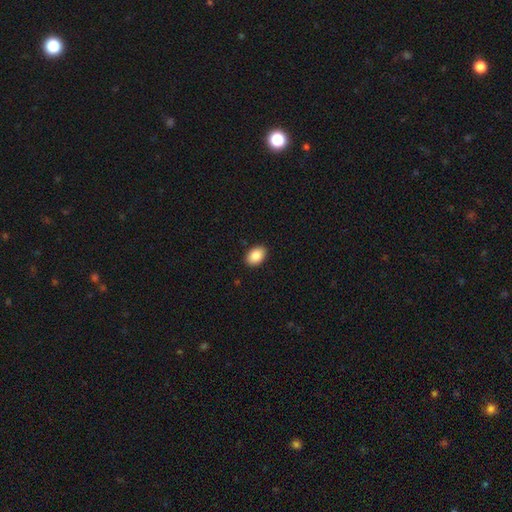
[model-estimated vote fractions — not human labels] Q: Smooth or featured?
A: smooth (88%); runner-up: star or artifact (7%)
Q: How rounded?
A: in between (87%); runner-up: round (12%)
Q: Merging?
A: none (90%); runner-up: minor disturbance (7%)